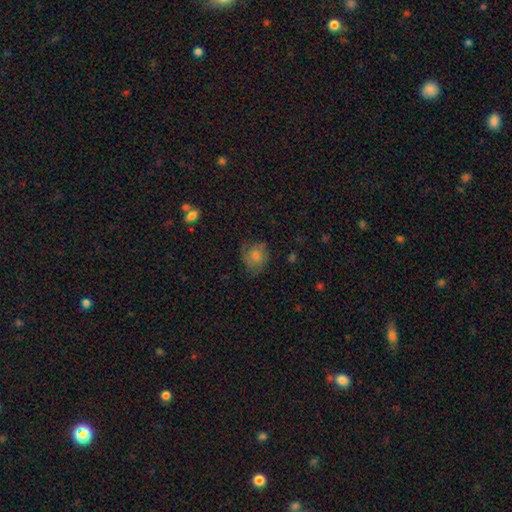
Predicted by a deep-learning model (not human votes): Smooth or featured? Predicted: smooth (p=0.55). How rounded? Predicted: round (p=0.73). Merging? Predicted: none (p=0.65).